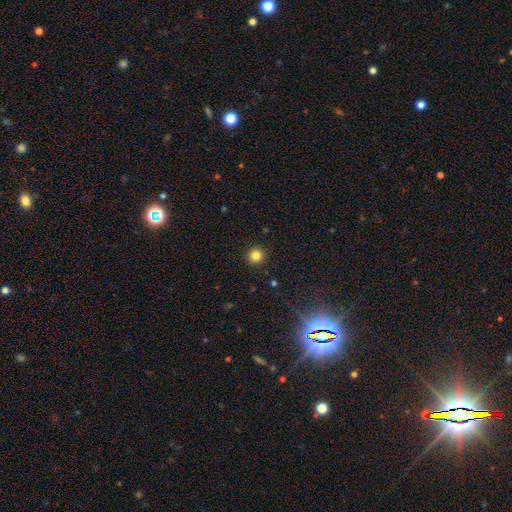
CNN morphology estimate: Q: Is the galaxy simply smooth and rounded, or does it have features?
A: smooth — 83%.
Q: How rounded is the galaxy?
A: round — 95%.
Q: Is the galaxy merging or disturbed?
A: none — 93%.